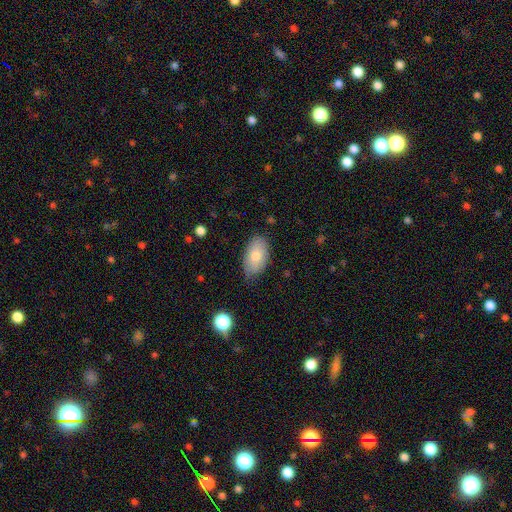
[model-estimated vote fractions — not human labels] smooth-or-featured: smooth: 78% | featured or disk: 15% | star or artifact: 7%
  how-rounded: in between: 93% | round: 5% | cigar-shaped: 2%
  merging: none: 73% | minor disturbance: 22% | major disturbance: 3% | merger: 1%